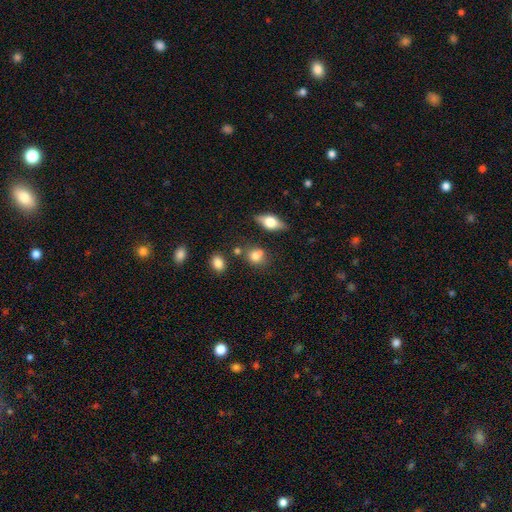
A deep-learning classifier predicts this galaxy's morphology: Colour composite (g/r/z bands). It shows a smooth galaxy with no disk features (75%) that is round (59%). Merging: none (59%).